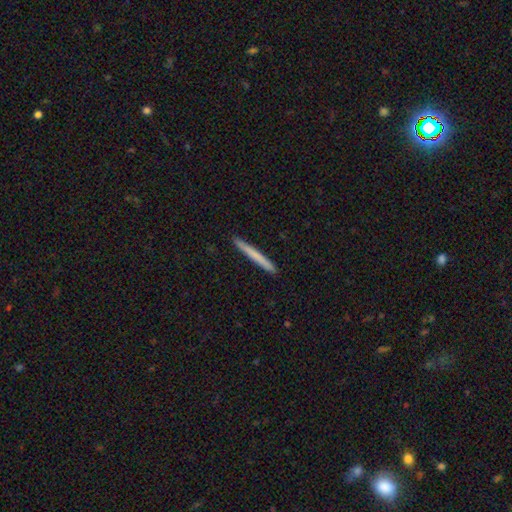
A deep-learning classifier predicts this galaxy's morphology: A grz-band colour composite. It shows a smooth galaxy with no disk features (67%) that is cigar-shaped (97%). Merging: none (93%).